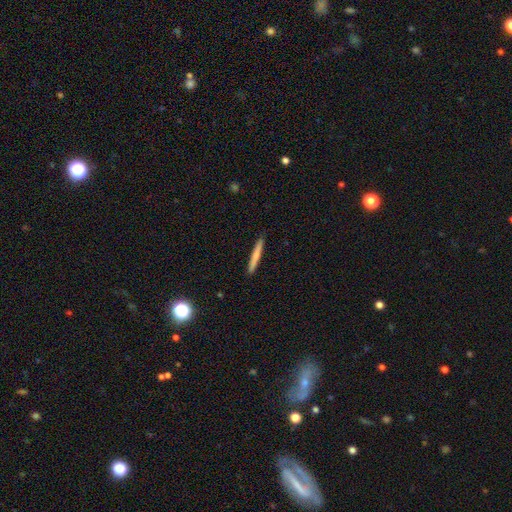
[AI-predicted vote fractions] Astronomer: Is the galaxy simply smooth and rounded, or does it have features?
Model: smooth — 68%.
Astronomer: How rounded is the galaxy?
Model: cigar-shaped — 96%.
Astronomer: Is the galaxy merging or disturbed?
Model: none — 91%.